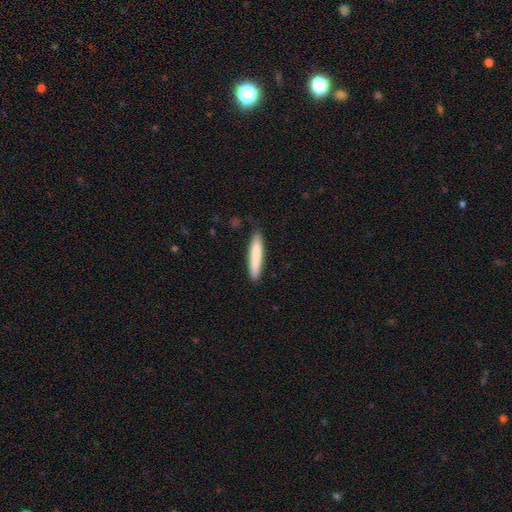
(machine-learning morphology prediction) A smooth galaxy with no disk features (83%) that is cigar-shaped (90%).

Vote fractions:
- Smooth or featured? smooth: 83% / featured or disk: 12% / star or artifact: 5%
- How rounded? cigar-shaped: 90% / in between: 9% / round: 1%
- Merging? none: 86% / minor disturbance: 11% / major disturbance: 2% / merger: 1%